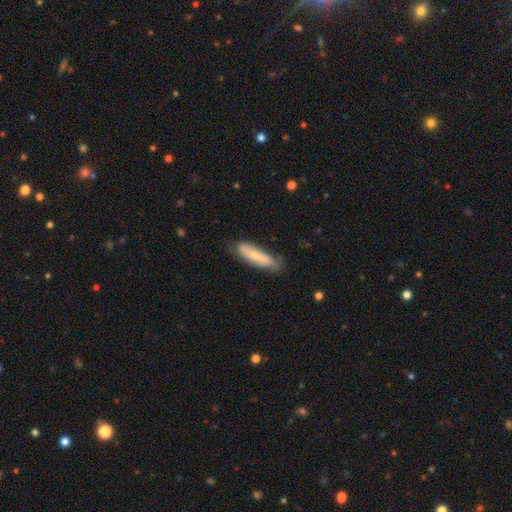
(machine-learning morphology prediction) Q: Smooth or featured?
A: smooth (60%); runner-up: featured or disk (33%)
Q: How rounded?
A: cigar-shaped (65%); runner-up: in between (33%)
Q: Merging?
A: none (71%); runner-up: minor disturbance (23%)